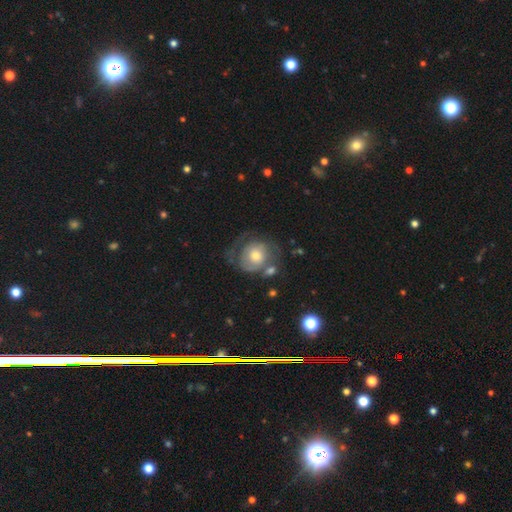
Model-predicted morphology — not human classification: Q: Smooth or featured?
A: featured or disk (55%); runner-up: smooth (38%)
Q: Edge-on disk?
A: no (97%); runner-up: yes (3%)
Q: Bar?
A: no (80%); runner-up: weak (17%)
Q: Spiral arms?
A: yes (69%); runner-up: no (31%)
Q: Bulge size?
A: moderate (63%); runner-up: small (22%)
Q: Merging?
A: none (44%); runner-up: major disturbance (26%)